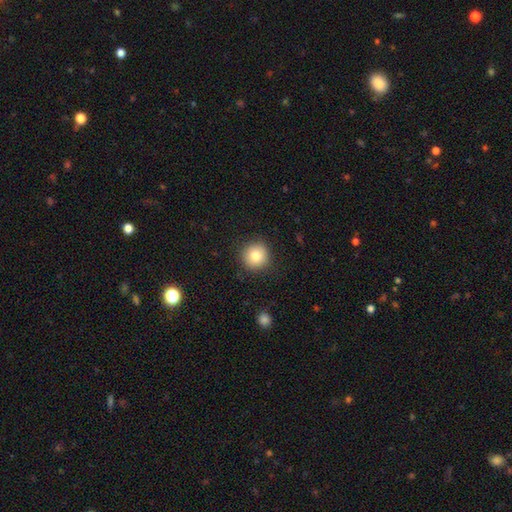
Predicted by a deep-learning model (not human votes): Overall: smooth (81%). How rounded: round (94%). Merging: none (90%).